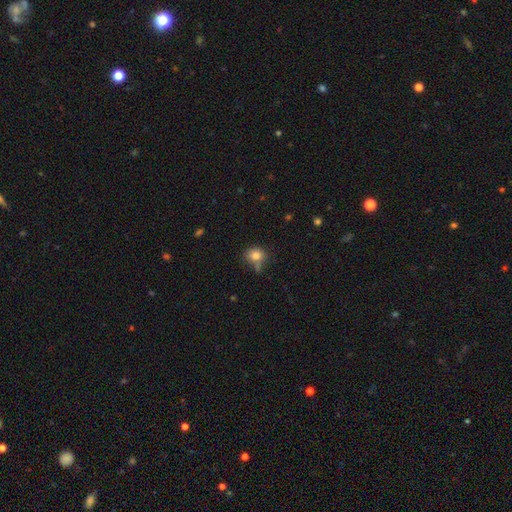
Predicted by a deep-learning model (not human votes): Q: Smooth or featured?
A: smooth (80%); runner-up: star or artifact (11%)
Q: How rounded?
A: round (68%); runner-up: in between (31%)
Q: Merging?
A: none (60%); runner-up: minor disturbance (21%)